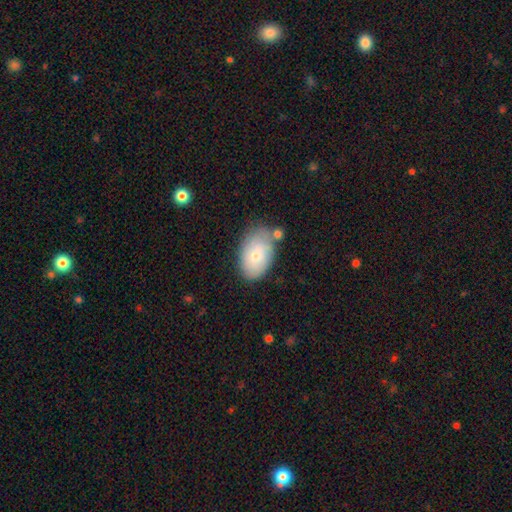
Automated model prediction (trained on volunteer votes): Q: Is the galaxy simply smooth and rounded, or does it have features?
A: smooth — 71%.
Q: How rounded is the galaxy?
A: in between — 89%.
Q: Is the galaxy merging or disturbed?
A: none — 63%.